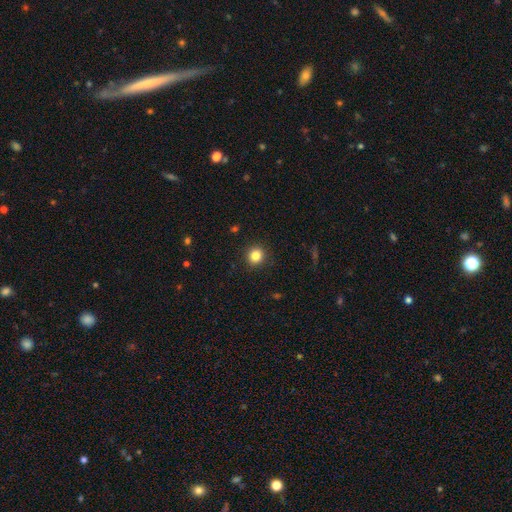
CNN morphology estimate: A smooth galaxy with no disk features (83%) that is round (92%). Merging: none (92%).